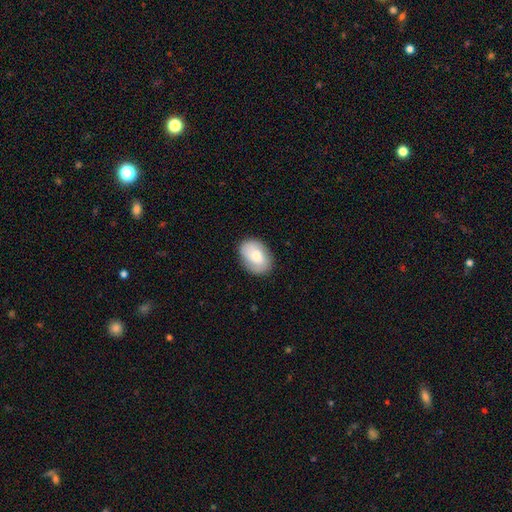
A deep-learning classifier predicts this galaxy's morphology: A smooth galaxy with no disk features (68%) that is in between round and cigar-shaped (81%).

Vote fractions:
- Smooth or featured? smooth: 68% / featured or disk: 25% / star or artifact: 7%
- How rounded? in between: 81% / round: 18% / cigar-shaped: 1%
- Merging? none: 83% / minor disturbance: 13% / major disturbance: 3% / merger: 1%